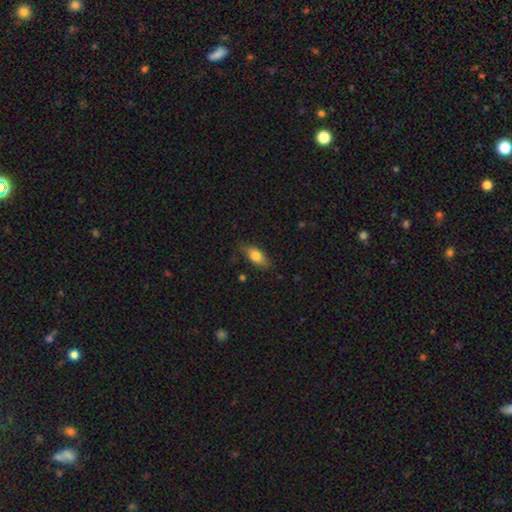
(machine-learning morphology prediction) This appears to be a smooth galaxy with no disk features (77%) that is in between round and cigar-shaped (83%). Merging: none (75%).